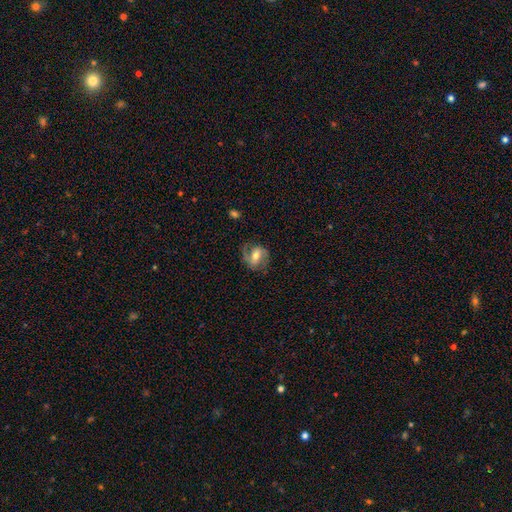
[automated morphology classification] type=featured or disk (70%); edge-on=no (96%); bar=weak (42%); spiral arms=yes (88%); winding=medium (47%); arm count=2 (80%); bulge=moderate (67%); merging=none (72%).